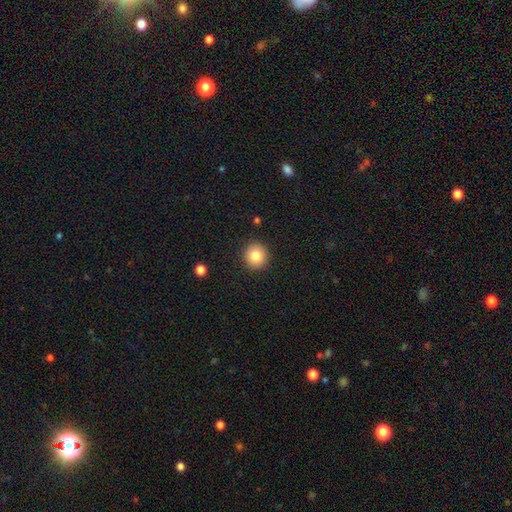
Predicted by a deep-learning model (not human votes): smooth_or_featured: smooth (p=0.82) [alt: star or artifact p=0.10]
how_rounded: round (p=0.91) [alt: in between p=0.08]
merging: none (p=0.91) [alt: minor disturbance p=0.06]